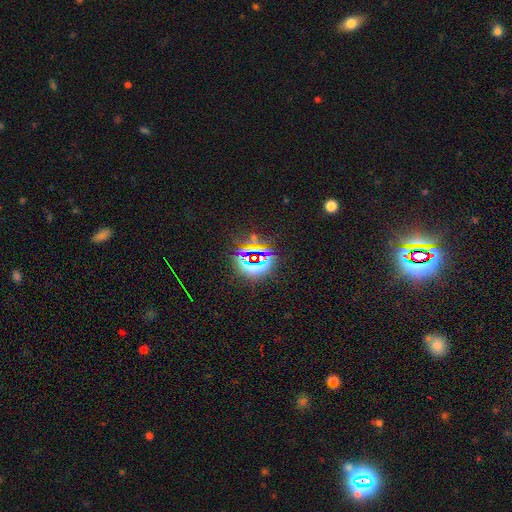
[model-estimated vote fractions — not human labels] This is likely a star or artifact rather than a galaxy (79%).